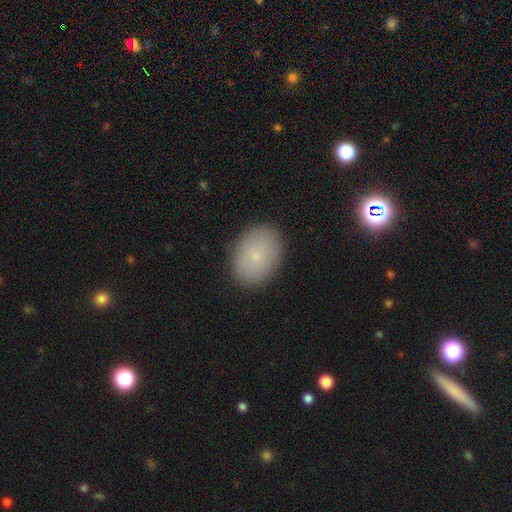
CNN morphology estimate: smooth-or-featured: smooth: 80% | featured or disk: 11% | star or artifact: 10%
  how-rounded: in between: 77% | round: 22% | cigar-shaped: 1%
  merging: none: 88% | minor disturbance: 8% | major disturbance: 2% | merger: 1%